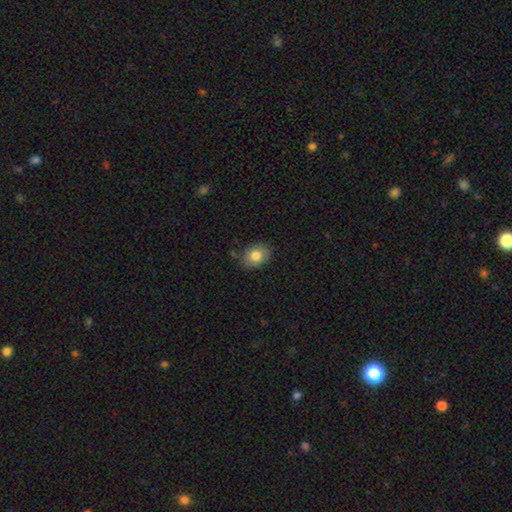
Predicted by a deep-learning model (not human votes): Overall: smooth (82%). How rounded: in between (60%; round 39%). Merging: none (78%).